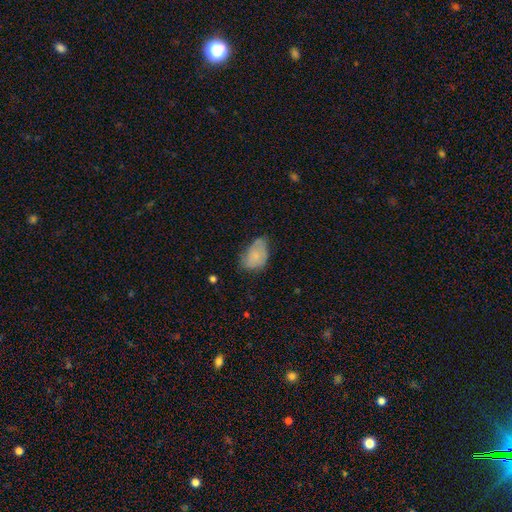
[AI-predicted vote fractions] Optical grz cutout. It shows a smooth galaxy with no disk features (73%) that is in between round and cigar-shaped (87%). Merging: none (44%).